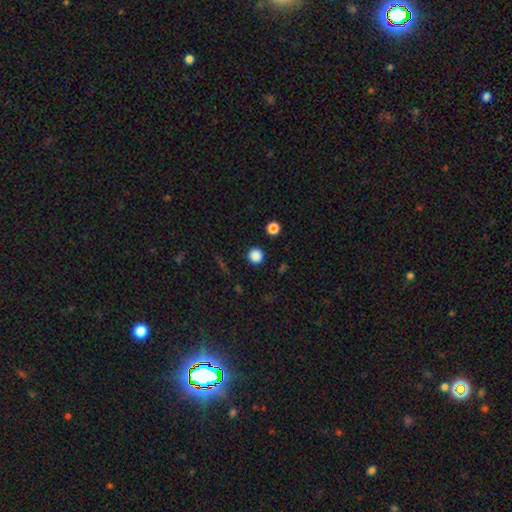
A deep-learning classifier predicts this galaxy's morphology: Smooth or featured? Predicted: smooth (p=0.86). How rounded? Predicted: round (p=0.95). Merging? Predicted: none (p=0.92).